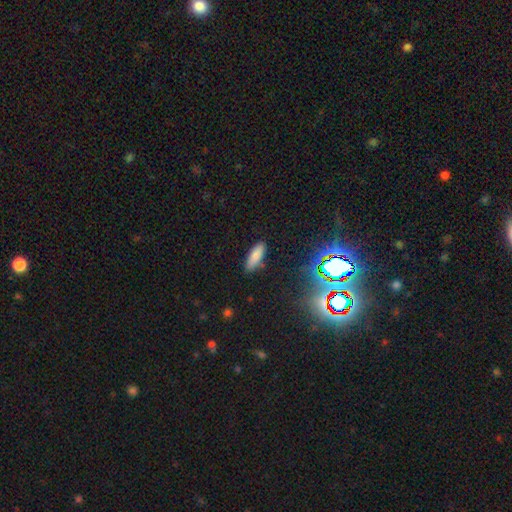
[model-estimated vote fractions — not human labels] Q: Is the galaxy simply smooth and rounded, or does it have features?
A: smooth — 82%.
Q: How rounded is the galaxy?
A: in between — 66%.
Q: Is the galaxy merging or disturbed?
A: none — 85%.